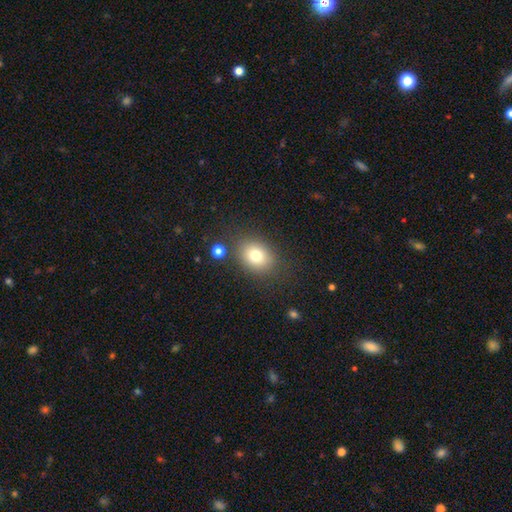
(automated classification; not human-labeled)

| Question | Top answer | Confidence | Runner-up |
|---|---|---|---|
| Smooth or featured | smooth | 77% | star or artifact (12%) |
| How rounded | in between | 54% | round (45%) |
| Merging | none | 81% | minor disturbance (11%) |